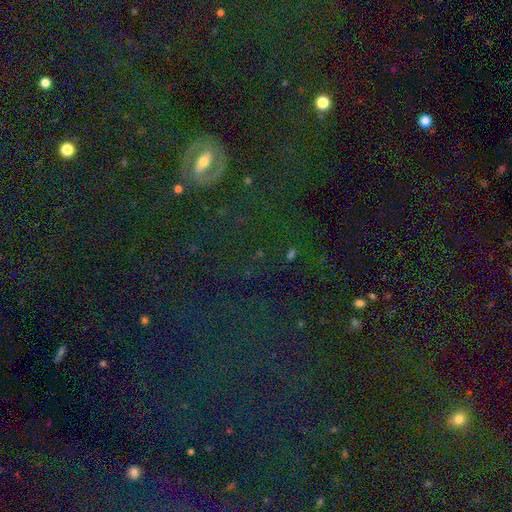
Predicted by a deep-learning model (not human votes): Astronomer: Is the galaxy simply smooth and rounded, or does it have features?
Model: star or artifact — 69%.